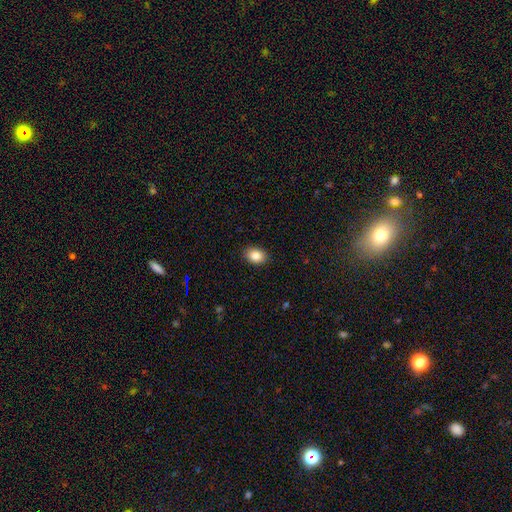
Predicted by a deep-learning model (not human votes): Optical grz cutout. It shows a smooth galaxy with no disk features (86%) that is in between round and cigar-shaped (75%). Merging: none (90%).